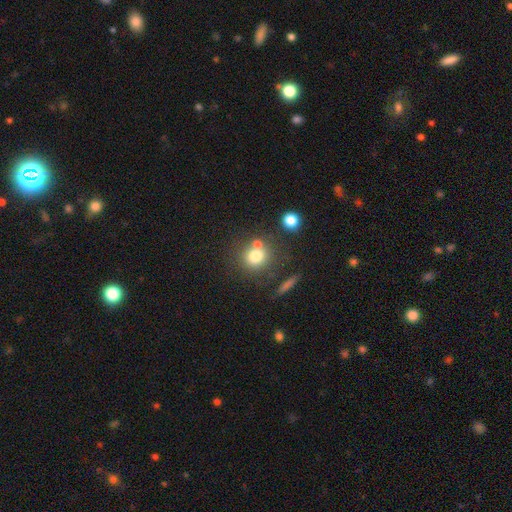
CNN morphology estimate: Smooth or featured?
  - smooth: 75% *
  - star or artifact: 13%
  - featured or disk: 13%
How rounded?
  - round: 83% *
  - in between: 15%
  - cigar-shaped: 1%
Merging?
  - none: 58% *
  - merger: 26%
  - minor disturbance: 11%
  - major disturbance: 5%